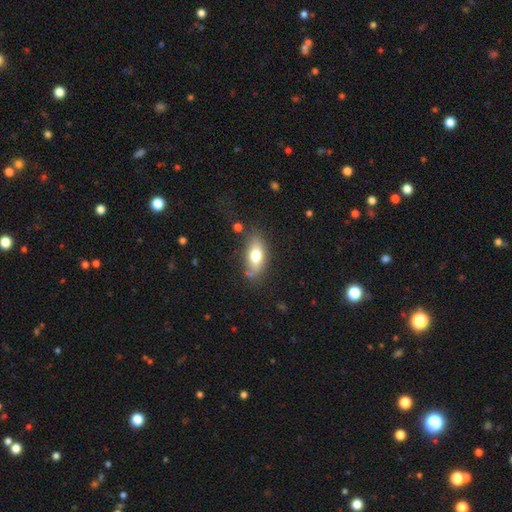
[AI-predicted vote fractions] The model was most divided on "smooth or featured": smooth: 70%, featured or disk: 23%, star or artifact: 8%. More confident: how rounded — in between (84%); merging — none (70%).